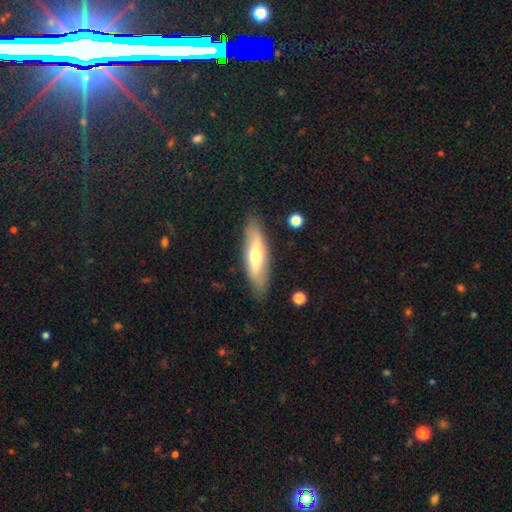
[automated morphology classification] smooth-or-featured: smooth: 54% | featured or disk: 41% | star or artifact: 6%
  how-rounded: cigar-shaped: 55% | in between: 43% | round: 2%
  merging: none: 83% | minor disturbance: 12% | major disturbance: 3% | merger: 2%